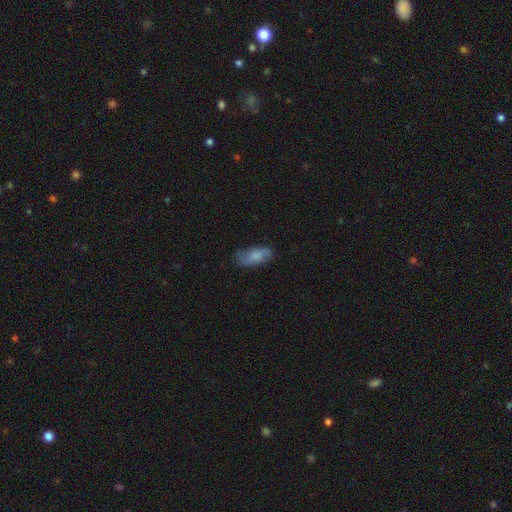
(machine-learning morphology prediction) smooth_or_featured: smooth (p=0.63) [alt: featured or disk p=0.30]
how_rounded: in between (p=0.87) [alt: cigar-shaped p=0.10]
merging: none (p=0.73) [alt: minor disturbance p=0.20]